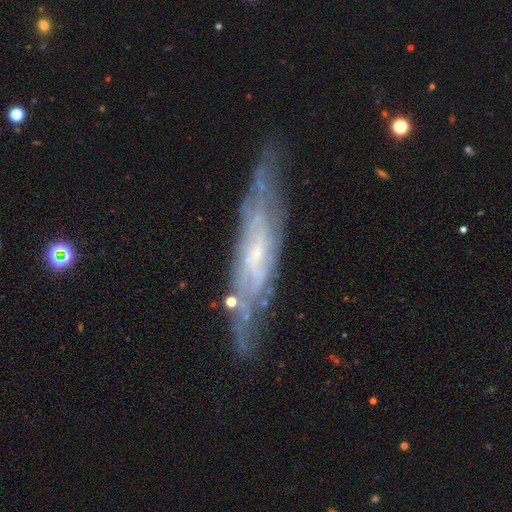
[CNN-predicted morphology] smooth-or-featured: featured or disk: 78% | smooth: 15% | star or artifact: 7%
  disk-edge-on: no: 58% | yes: 42%
  merging: none: 71% | minor disturbance: 20% | major disturbance: 7% | merger: 3%